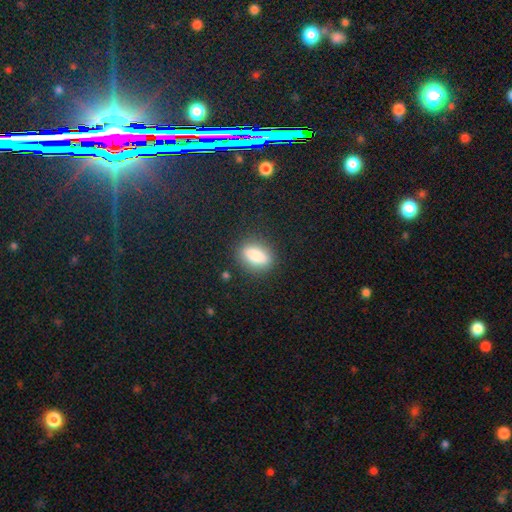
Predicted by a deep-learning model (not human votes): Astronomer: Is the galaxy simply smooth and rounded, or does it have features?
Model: smooth — 84%.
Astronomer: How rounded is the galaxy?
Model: in between — 80%.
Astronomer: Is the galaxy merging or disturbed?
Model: none — 85%.